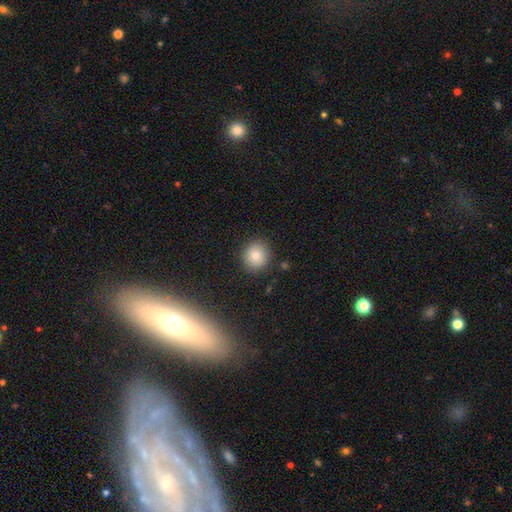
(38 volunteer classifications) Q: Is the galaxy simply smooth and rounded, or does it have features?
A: smooth — 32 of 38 (84%).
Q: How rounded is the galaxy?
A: round — 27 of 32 (84%).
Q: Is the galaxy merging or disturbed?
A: none — 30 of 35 (86%).